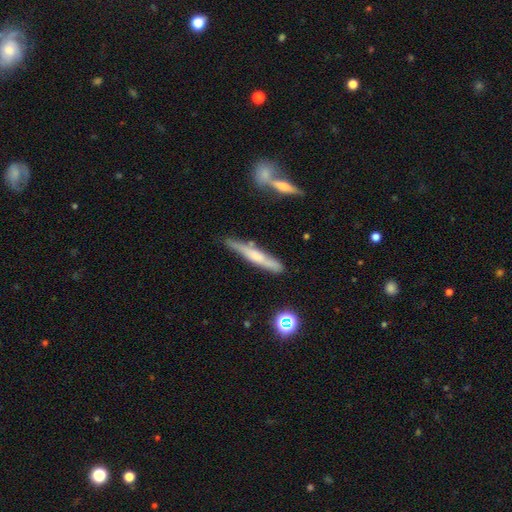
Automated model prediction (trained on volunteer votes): A featured or disk galaxy (51%) viewed edge-on (92%). Merging: none (75%).